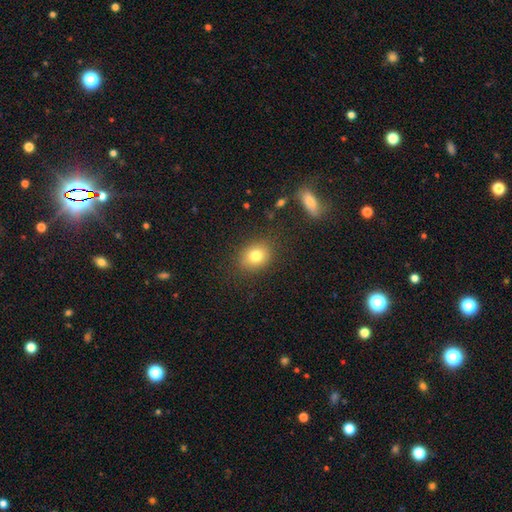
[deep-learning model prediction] This appears to be a smooth galaxy with no disk features (79%) that is round (56%). Merging: none (85%).